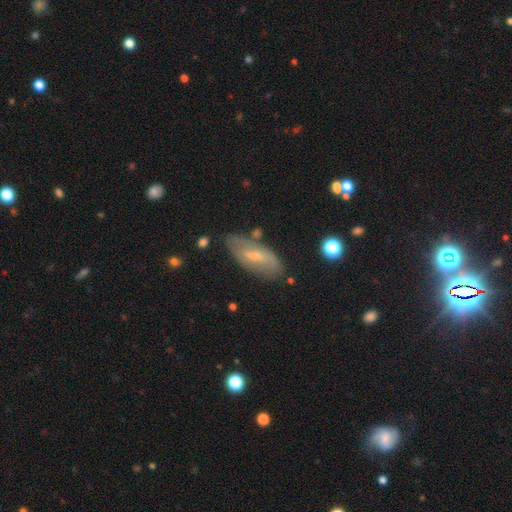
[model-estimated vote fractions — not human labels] Overall: featured or disk (56%; smooth 37%). Edge-on disk: no (84%). Merging: none (71%).